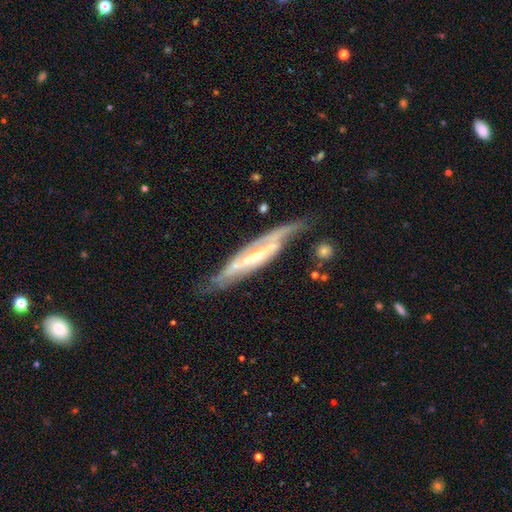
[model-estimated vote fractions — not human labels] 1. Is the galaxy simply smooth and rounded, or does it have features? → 85% featured or disk, 10% smooth, 5% star or artifact.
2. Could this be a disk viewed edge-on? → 60% no, 40% yes.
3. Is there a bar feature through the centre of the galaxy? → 42% strong, 30% weak, 28% no.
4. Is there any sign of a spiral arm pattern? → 89% yes, 11% no.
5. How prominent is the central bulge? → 66% small, 30% moderate, 2% large, 2% none, 1% dominant.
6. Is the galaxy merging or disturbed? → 64% none, 22% minor disturbance, 10% major disturbance, 3% merger.